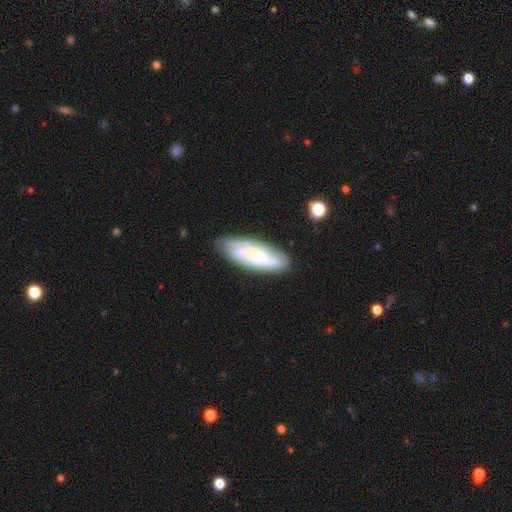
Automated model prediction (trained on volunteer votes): Smooth or featured?
  - featured or disk: 55% *
  - smooth: 38%
  - star or artifact: 8%
Edge-on disk?
  - no: 84% *
  - yes: 16%
Merging?
  - none: 70% *
  - minor disturbance: 20%
  - major disturbance: 6%
  - merger: 3%